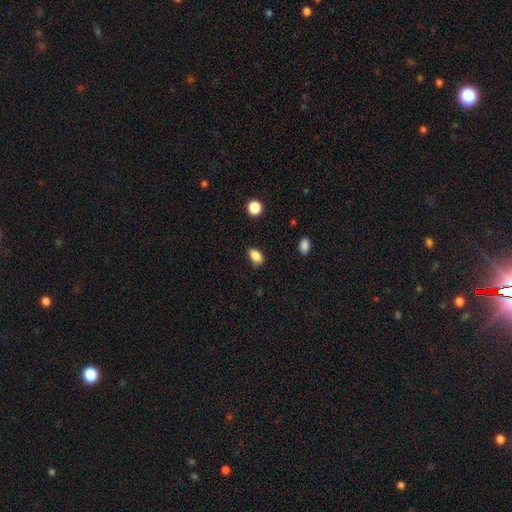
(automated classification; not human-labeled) Smooth or featured?
  - smooth: 85% *
  - star or artifact: 9%
  - featured or disk: 6%
How rounded?
  - in between: 88% *
  - round: 8%
  - cigar-shaped: 4%
Merging?
  - none: 79% *
  - minor disturbance: 17%
  - major disturbance: 3%
  - merger: 1%